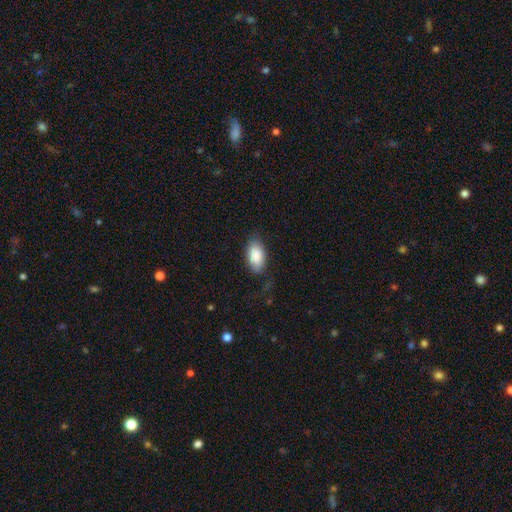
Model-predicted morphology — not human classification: Smooth or featured: smooth — 86% (featured or disk — 8%)
How rounded: in between — 94% (round — 4%)
Merging: none — 69% (minor disturbance — 21%)